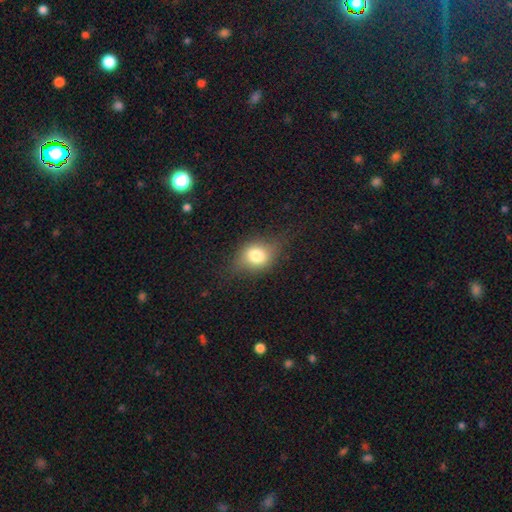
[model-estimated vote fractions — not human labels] Morphology: type=smooth (72%); roundness=in between (52%); merging=none (66%).